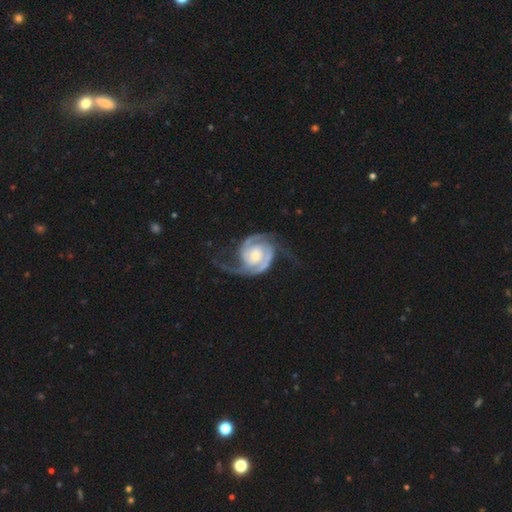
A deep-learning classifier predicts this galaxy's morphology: A featured or disk galaxy (92%) with no bar (59%), 2 (88%) medium (46%) spiral arms (98%) and a small central bulge (44%).

Vote fractions:
- Smooth or featured? featured or disk: 92% / smooth: 4% / star or artifact: 4%
- Edge-on disk? no: 98% / yes: 2%
- Bar? no: 59% / weak: 30% / strong: 11%
- Spiral arms? yes: 98% / no: 2%
- Spiral winding? medium: 46% / tight: 39% / loose: 15%
- Spiral arm count? 2: 88% / 3: 4% / can't tell: 3% / 1: 2% / 4: 2% / more than 4: 2%
- Bulge size? small: 44% / moderate: 43% / large: 7% / none: 4% / dominant: 1%
- Merging? none: 62% / minor disturbance: 19% / major disturbance: 17% / merger: 2%